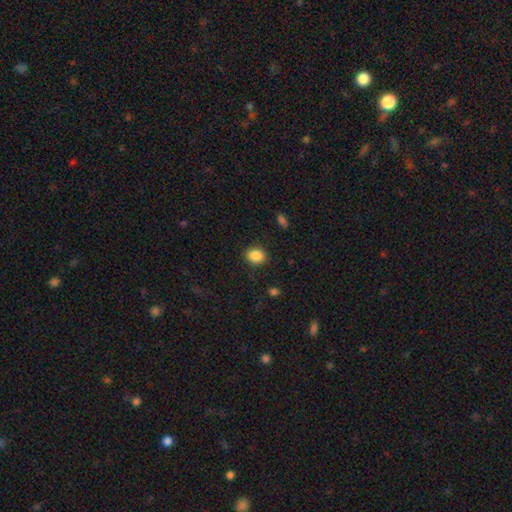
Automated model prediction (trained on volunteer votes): Smooth or featured?
  - smooth: 87% *
  - star or artifact: 9%
  - featured or disk: 4%
How rounded?
  - in between: 52% *
  - round: 47%
  - cigar-shaped: 1%
Merging?
  - none: 88% *
  - minor disturbance: 8%
  - major disturbance: 3%
  - merger: 1%